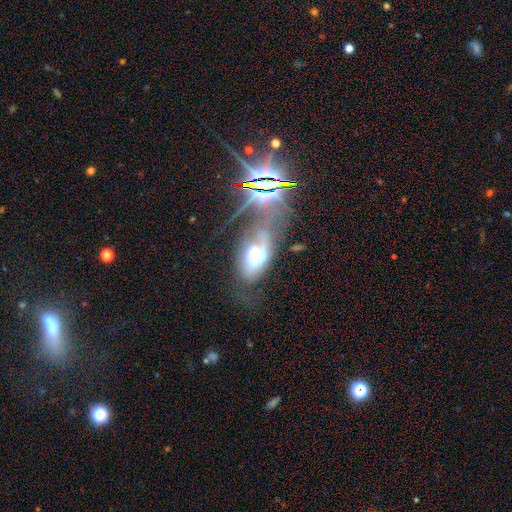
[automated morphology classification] type=featured or disk (52%); edge-on=no (89%); merging=major disturbance (31%).